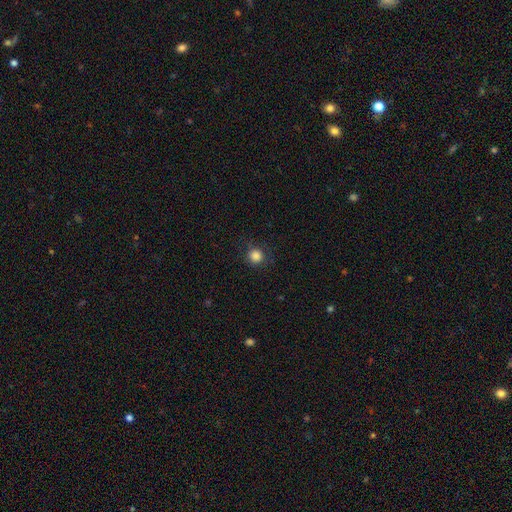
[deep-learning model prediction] The model was most divided on "smooth or featured": smooth: 85%, star or artifact: 11%, featured or disk: 4%. More confident: how rounded — round (92%); merging — none (85%).